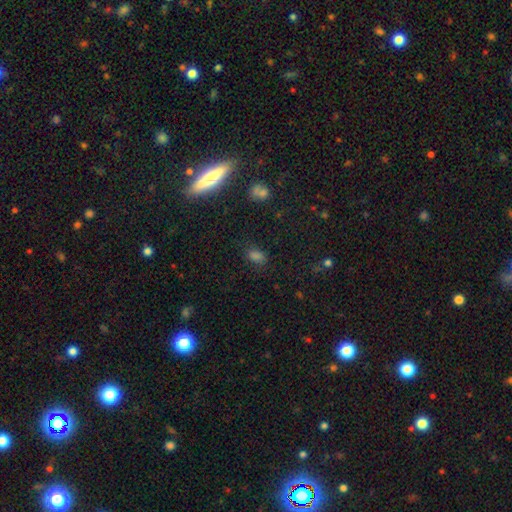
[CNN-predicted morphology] This is likely a smooth galaxy (68%). How rounded: likely in between (80%). Merging: likely none (74%).